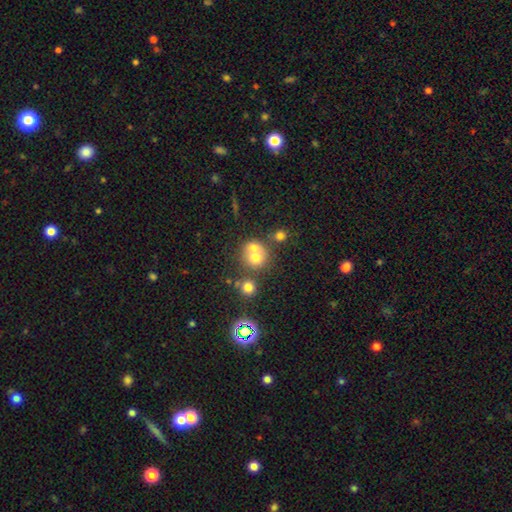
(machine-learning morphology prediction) A smooth galaxy with no disk features (62%) that is round (81%).

Vote fractions:
- Smooth or featured? smooth: 62% / featured or disk: 21% / star or artifact: 16%
- How rounded? round: 81% / in between: 18% / cigar-shaped: 1%
- Merging? merger: 52% / none: 37% / minor disturbance: 7% / major disturbance: 4%